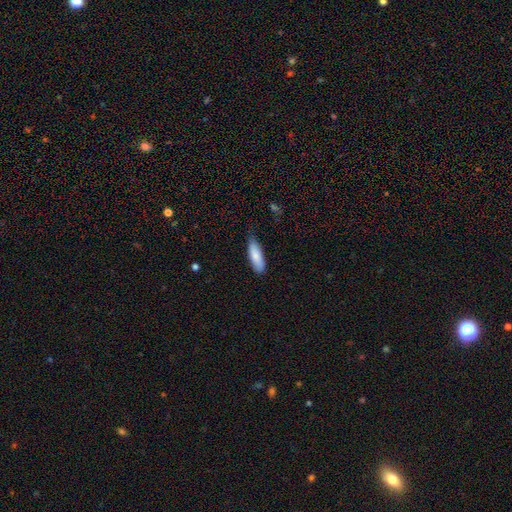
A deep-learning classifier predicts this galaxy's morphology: A smooth galaxy with no disk features (85%) that is in between round and cigar-shaped (55%).

Vote fractions:
- Smooth or featured? smooth: 85% / featured or disk: 9% / star or artifact: 6%
- How rounded? in between: 55% / cigar-shaped: 43% / round: 2%
- Merging? none: 74% / minor disturbance: 22% / major disturbance: 3% / merger: 1%